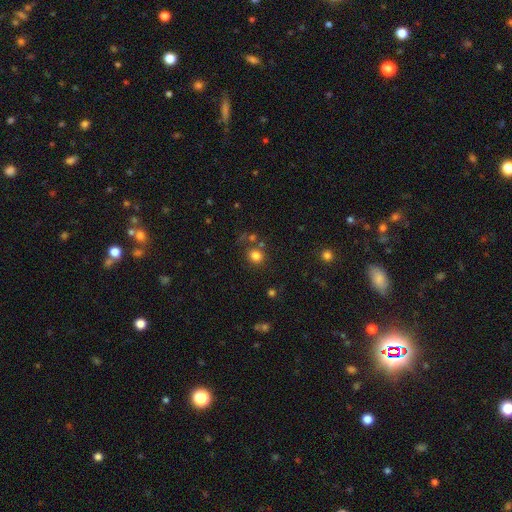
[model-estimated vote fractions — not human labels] The model was most divided on "merging": none: 74%, merger: 11%, minor disturbance: 10%, major disturbance: 5%. More confident: how rounded — round (86%); smooth or featured — smooth (80%).